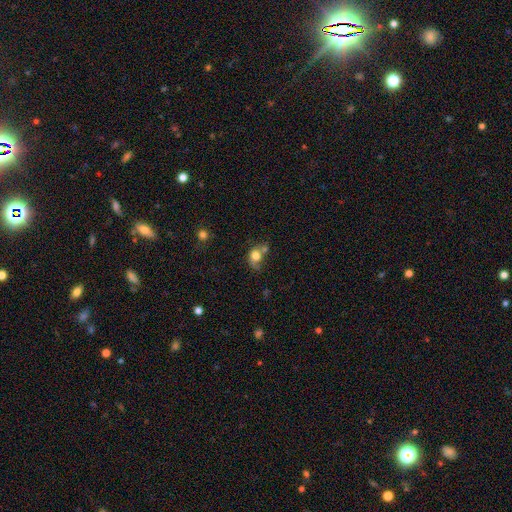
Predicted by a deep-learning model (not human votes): This appears to be a smooth galaxy with no disk features (71%) that is round (54%). Merging: merger (33%).